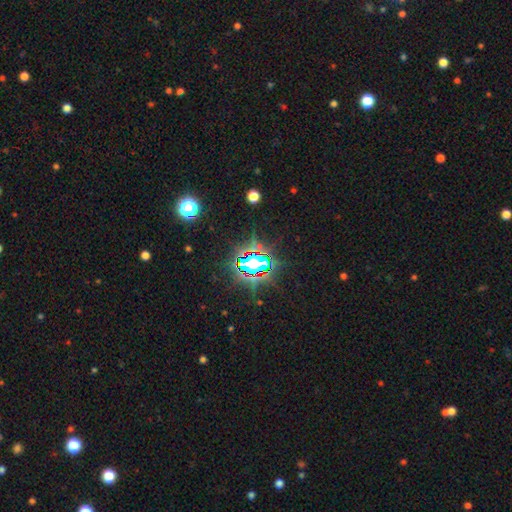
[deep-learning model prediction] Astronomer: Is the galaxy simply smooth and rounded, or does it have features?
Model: star or artifact — 79%.